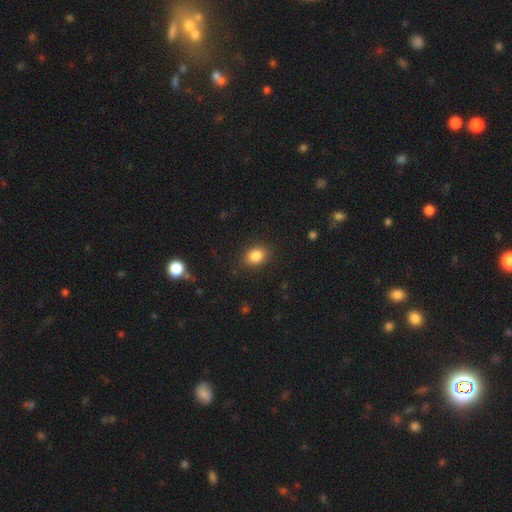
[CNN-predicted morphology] smooth-or-featured: smooth: 86% | star or artifact: 9% | featured or disk: 5%
  how-rounded: in between: 65% | round: 34% | cigar-shaped: 1%
  merging: none: 87% | minor disturbance: 9% | major disturbance: 3% | merger: 1%